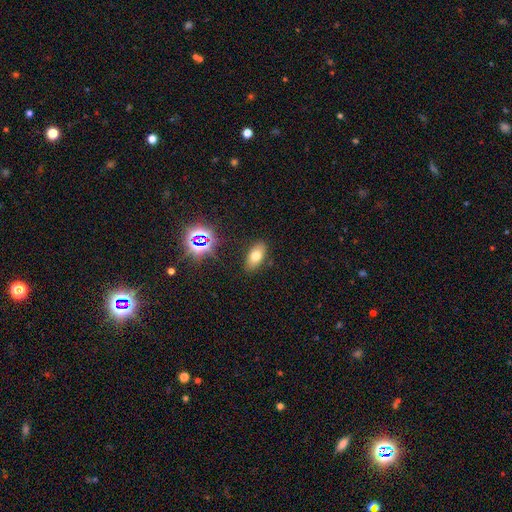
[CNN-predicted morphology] Q: Smooth or featured?
A: smooth (67%); runner-up: star or artifact (17%)
Q: How rounded?
A: in between (89%); runner-up: round (6%)
Q: Merging?
A: none (85%); runner-up: minor disturbance (10%)